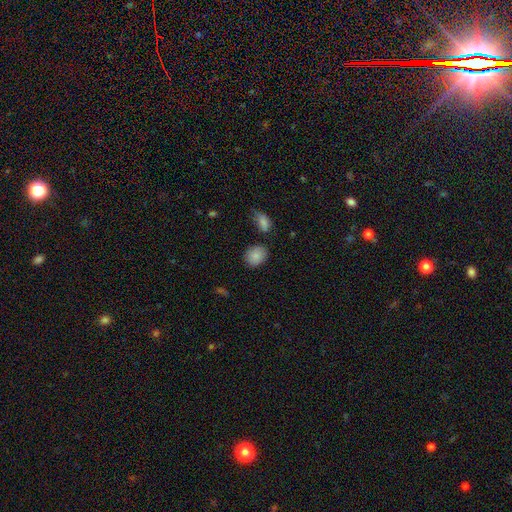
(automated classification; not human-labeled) This appears to be a smooth galaxy with no disk features (86%) that is round (53%). Merging: none (77%).